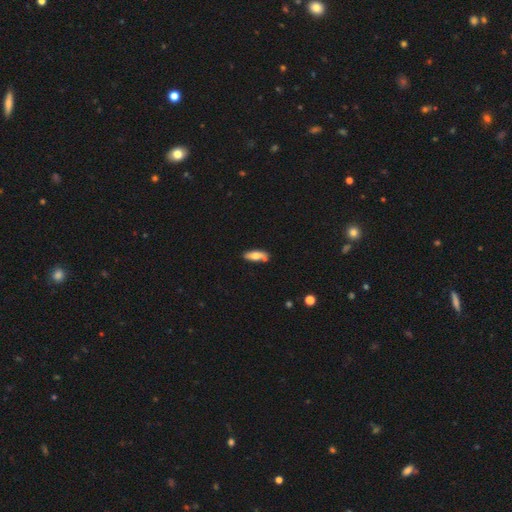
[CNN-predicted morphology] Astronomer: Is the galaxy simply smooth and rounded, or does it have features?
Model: smooth — 67%.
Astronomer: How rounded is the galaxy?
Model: in between — 62%.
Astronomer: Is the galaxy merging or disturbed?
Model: none — 66%.